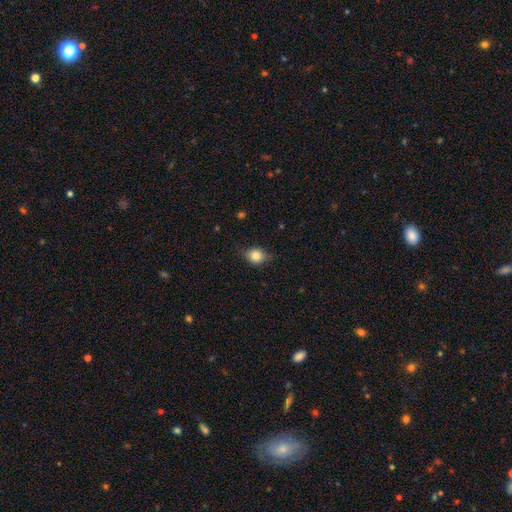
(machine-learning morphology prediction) The model was most divided on "how rounded": round: 62%, in between: 37%, cigar-shaped: 1%. More confident: smooth or featured — smooth (82%); merging — none (73%).